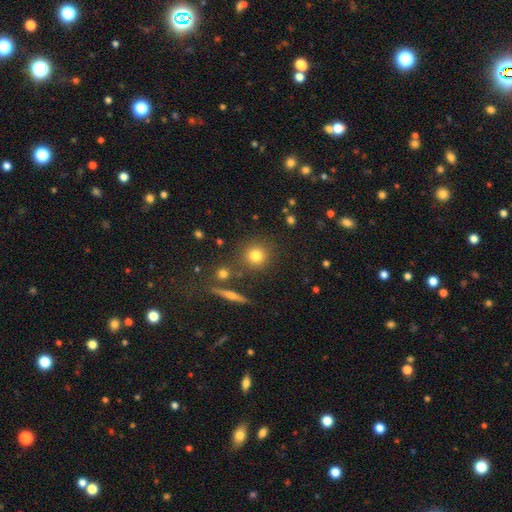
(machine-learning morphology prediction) The model was most divided on "smooth or featured": smooth: 77%, star or artifact: 13%, featured or disk: 10%. More confident: how rounded — round (91%); merging — none (83%).